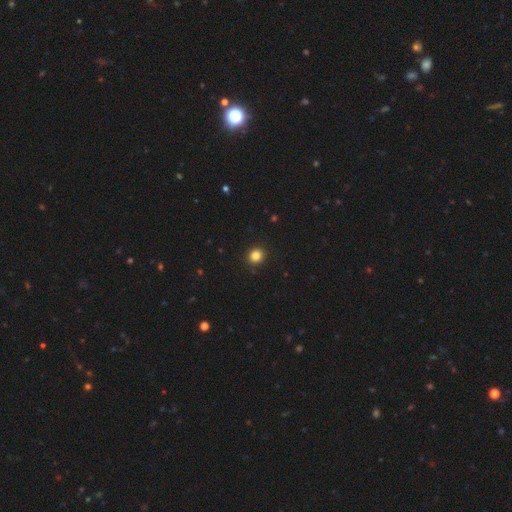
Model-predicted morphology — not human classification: Q: Smooth or featured?
A: smooth (84%); runner-up: star or artifact (12%)
Q: How rounded?
A: round (86%); runner-up: in between (13%)
Q: Merging?
A: none (93%); runner-up: minor disturbance (5%)